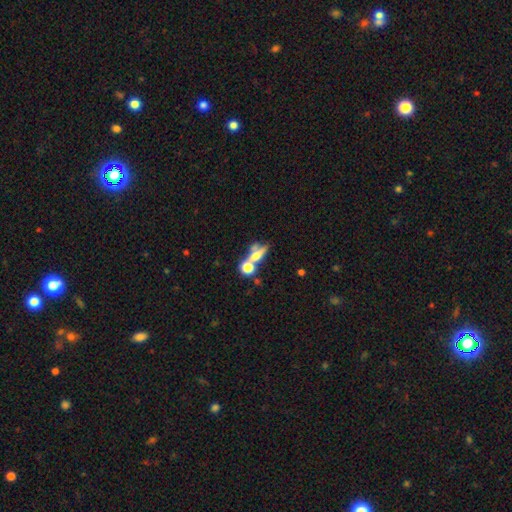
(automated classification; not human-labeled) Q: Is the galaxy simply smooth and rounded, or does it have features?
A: smooth — 57%.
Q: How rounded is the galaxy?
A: in between — 46%.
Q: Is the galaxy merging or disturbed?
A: merger — 49%.